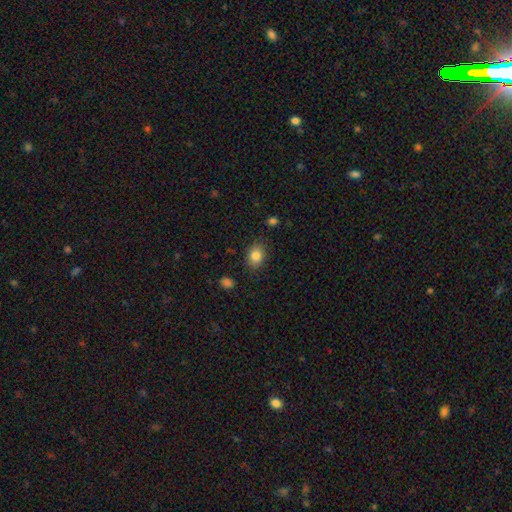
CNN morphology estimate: smooth_or_featured: smooth (p=0.85) [alt: star or artifact p=0.09]
how_rounded: in between (p=0.59) [alt: round p=0.40]
merging: none (p=0.83) [alt: minor disturbance p=0.12]